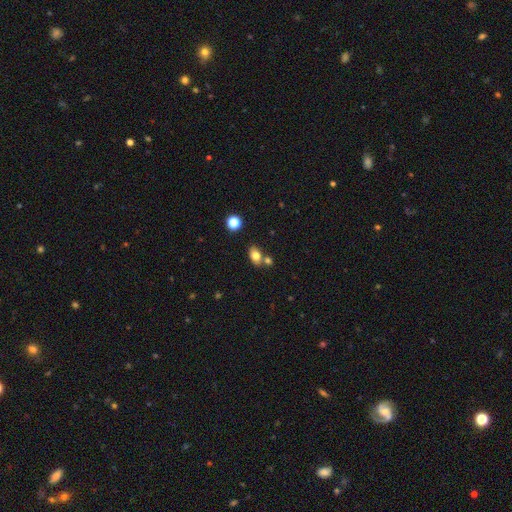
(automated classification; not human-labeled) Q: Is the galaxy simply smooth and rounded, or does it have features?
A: smooth — 78%.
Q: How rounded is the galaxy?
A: in between — 79%.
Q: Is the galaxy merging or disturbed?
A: none — 62%.